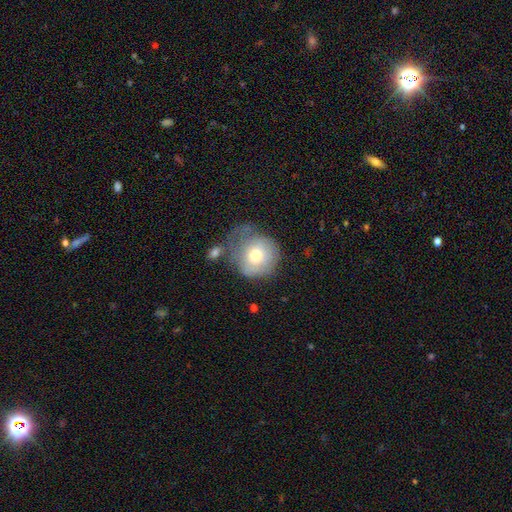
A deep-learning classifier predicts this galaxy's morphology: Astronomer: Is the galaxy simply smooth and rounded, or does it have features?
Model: smooth — 68%.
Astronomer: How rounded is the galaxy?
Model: round — 87%.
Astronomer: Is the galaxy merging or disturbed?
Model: none — 40% (runner-up: minor disturbance, 28%).